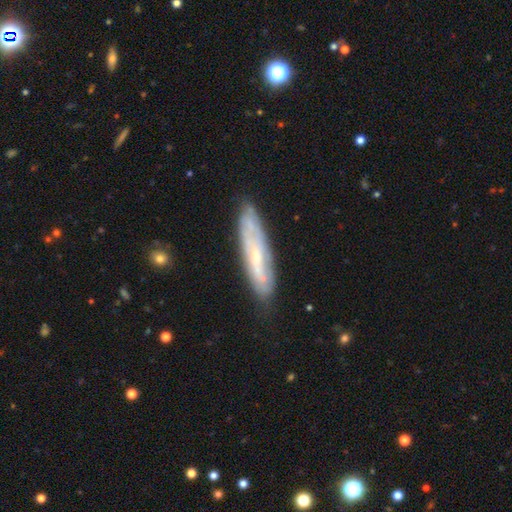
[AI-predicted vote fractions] Overall: featured or disk (60%; smooth 33%). Edge-on disk: no (55%; yes 45%). Merging: none (77%).